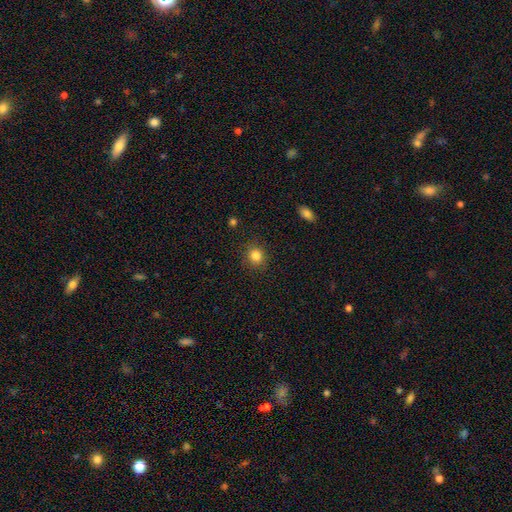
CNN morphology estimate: Q: Smooth or featured?
A: smooth (83%); runner-up: star or artifact (11%)
Q: How rounded?
A: round (85%); runner-up: in between (14%)
Q: Merging?
A: none (88%); runner-up: minor disturbance (8%)